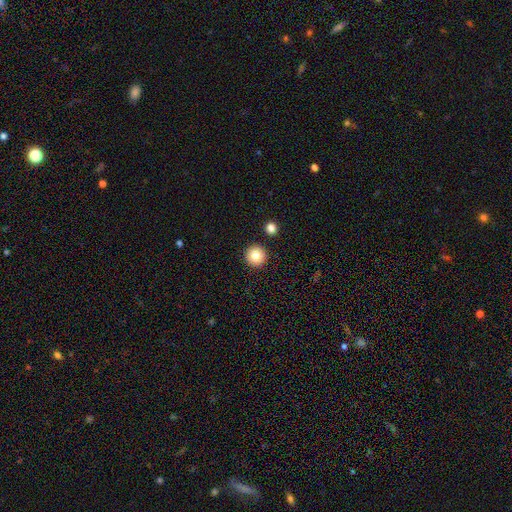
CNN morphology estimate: smooth-or-featured: smooth: 83% | star or artifact: 10% | featured or disk: 7%
  how-rounded: round: 96% | in between: 3% | cigar-shaped: 1%
  merging: none: 91% | minor disturbance: 5% | merger: 3% | major disturbance: 2%